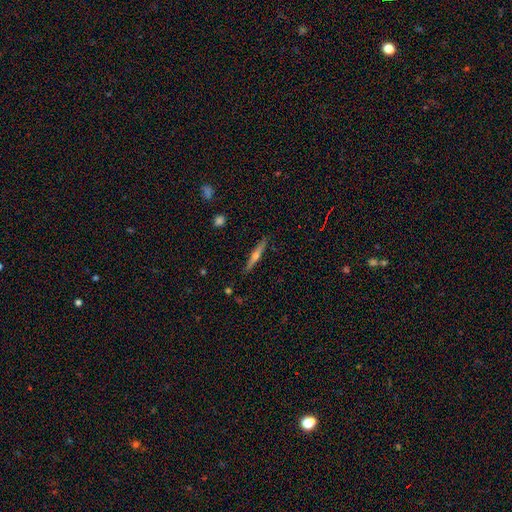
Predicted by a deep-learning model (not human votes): A featured or disk galaxy (63%) viewed edge-on (97%) with a rounded central bulge (88%).

Vote fractions:
- Smooth or featured? featured or disk: 63% / smooth: 30% / star or artifact: 7%
- Edge-on disk? yes: 97% / no: 3%
- Edge-on bulge? rounded: 88% / none: 9% / boxy: 3%
- Merging? none: 90% / minor disturbance: 7% / major disturbance: 1% / merger: 1%